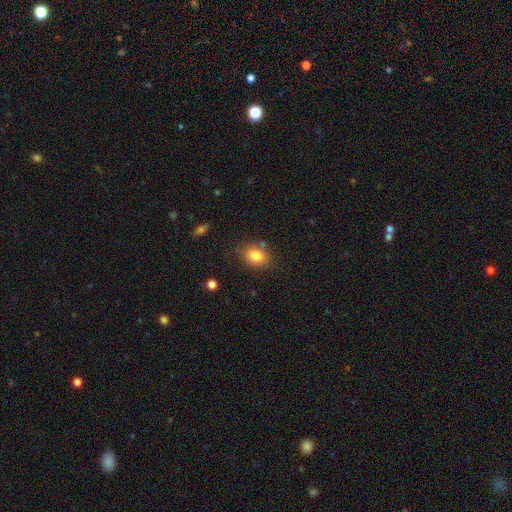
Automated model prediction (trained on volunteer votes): A smooth galaxy with no disk features (81%) that is in between round and cigar-shaped (53%). Merging: none (74%).